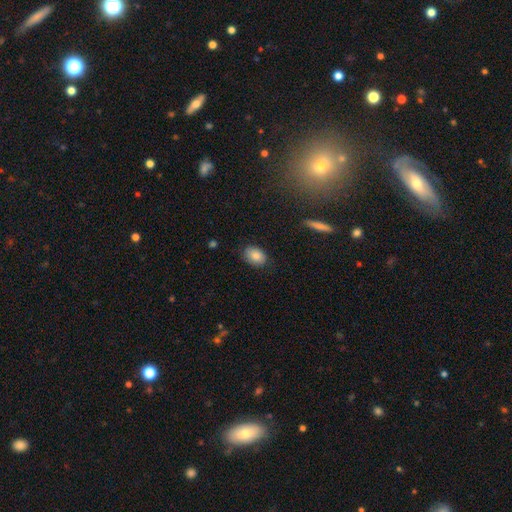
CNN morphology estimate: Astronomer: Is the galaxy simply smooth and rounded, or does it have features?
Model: smooth — 85%.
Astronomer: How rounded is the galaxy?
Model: in between — 82%.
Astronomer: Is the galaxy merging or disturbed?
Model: none — 83%.